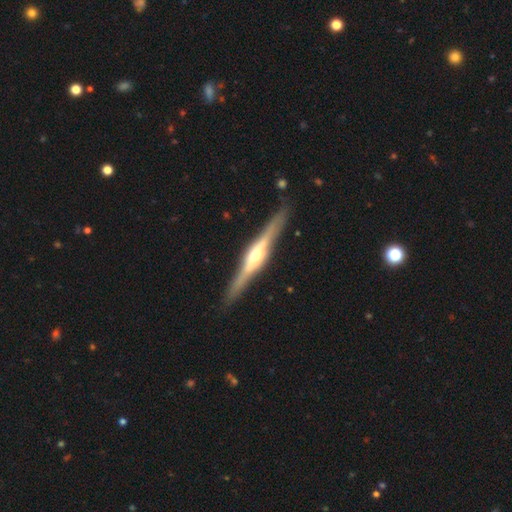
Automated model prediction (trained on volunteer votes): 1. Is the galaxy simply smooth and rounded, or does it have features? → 82% featured or disk, 13% smooth, 5% star or artifact.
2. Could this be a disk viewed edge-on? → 98% yes, 2% no.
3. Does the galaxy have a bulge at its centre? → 86% rounded, 11% boxy, 4% none.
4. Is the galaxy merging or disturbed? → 89% none, 8% minor disturbance, 2% major disturbance, 1% merger.